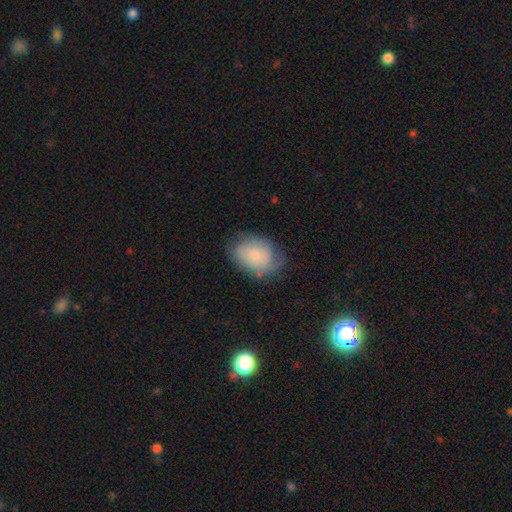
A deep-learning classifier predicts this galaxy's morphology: type=smooth (60%); roundness=in between (74%); merging=none (59%).